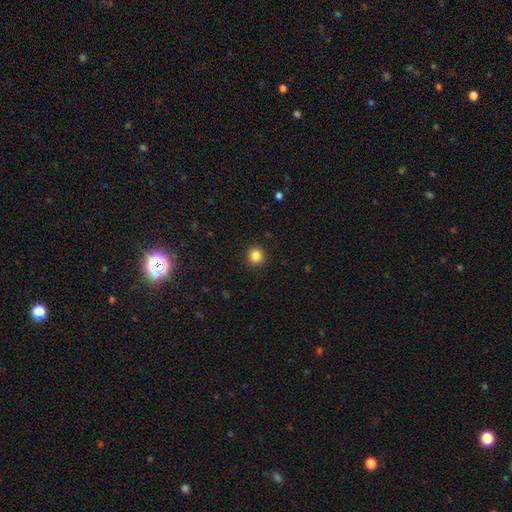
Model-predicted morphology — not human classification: Smooth or featured? Predicted: smooth (p=0.85). How rounded? Predicted: round (p=0.93). Merging? Predicted: none (p=0.93).